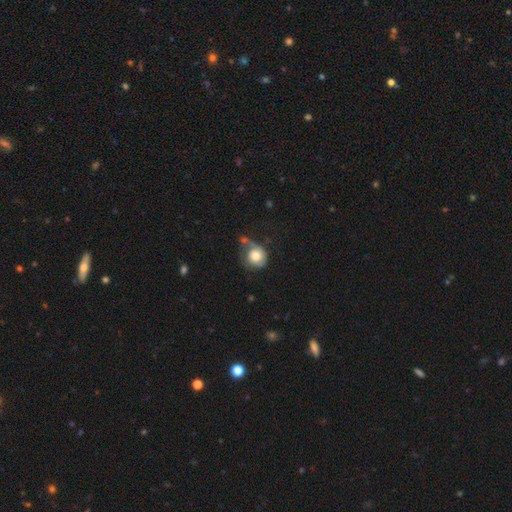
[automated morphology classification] Q: Smooth or featured?
A: smooth (71%); runner-up: featured or disk (21%)
Q: How rounded?
A: round (81%); runner-up: in between (18%)
Q: Merging?
A: none (40%); runner-up: minor disturbance (26%)